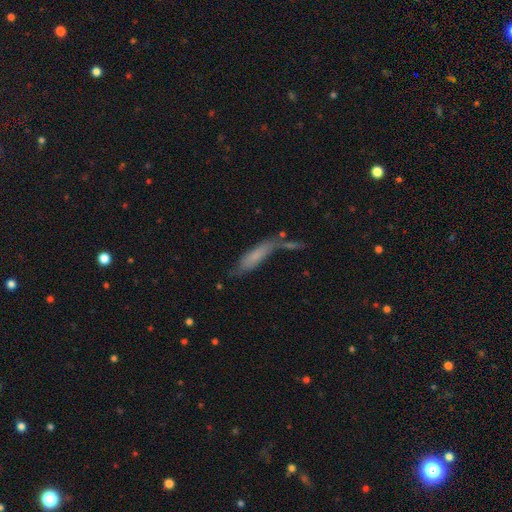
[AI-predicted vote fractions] The model was most divided on "merging": none: 42%, merger: 23%, minor disturbance: 21%, major disturbance: 14%. More confident: how rounded — cigar-shaped (69%); smooth or featured — smooth (65%).